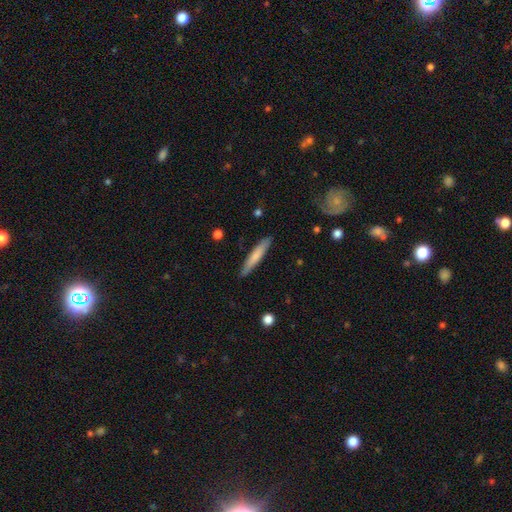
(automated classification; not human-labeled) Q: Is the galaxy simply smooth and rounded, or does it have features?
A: smooth — 70%.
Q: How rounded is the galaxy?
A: cigar-shaped — 92%.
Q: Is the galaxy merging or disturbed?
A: none — 89%.